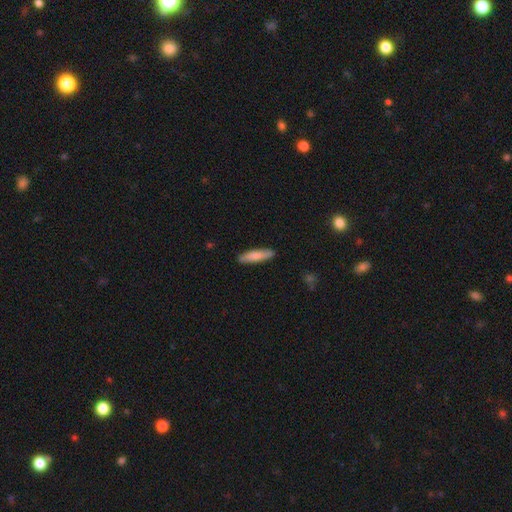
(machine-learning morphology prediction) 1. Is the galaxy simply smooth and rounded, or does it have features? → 77% smooth, 17% featured or disk, 5% star or artifact.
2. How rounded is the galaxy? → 80% cigar-shaped, 19% in between, 1% round.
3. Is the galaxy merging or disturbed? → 87% none, 10% minor disturbance, 2% major disturbance, 1% merger.